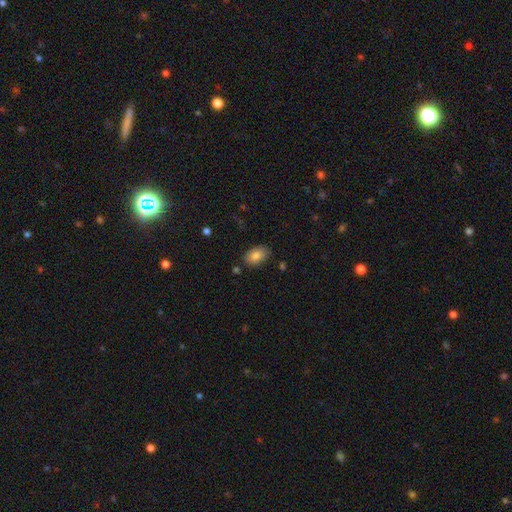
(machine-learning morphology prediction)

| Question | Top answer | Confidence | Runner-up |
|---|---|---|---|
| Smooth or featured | smooth | 84% | featured or disk (9%) |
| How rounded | in between | 89% | round (9%) |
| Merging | none | 82% | minor disturbance (13%) |